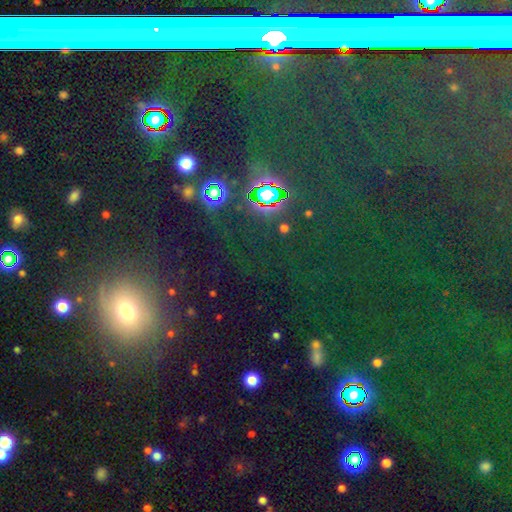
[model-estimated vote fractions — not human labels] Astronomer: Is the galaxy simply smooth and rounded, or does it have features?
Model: star or artifact — 59%.